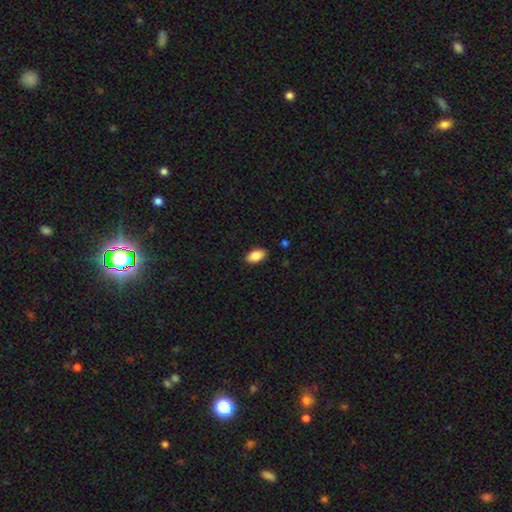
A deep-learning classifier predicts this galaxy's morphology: Smooth or featured: smooth — 87% (star or artifact — 7%)
How rounded: in between — 93% (round — 5%)
Merging: none — 88% (minor disturbance — 9%)